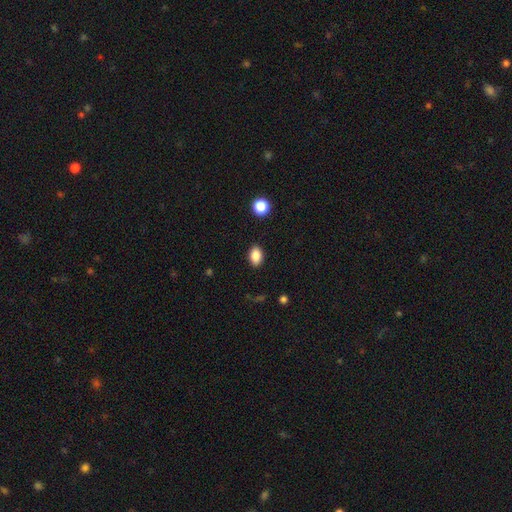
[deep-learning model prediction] Overall: smooth (87%). How rounded: in between (80%). Merging: none (88%).